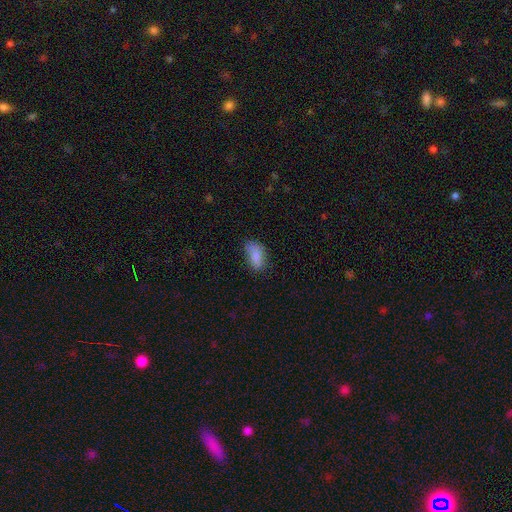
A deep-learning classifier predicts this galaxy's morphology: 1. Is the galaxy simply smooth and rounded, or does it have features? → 84% smooth, 8% star or artifact, 8% featured or disk.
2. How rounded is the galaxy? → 91% in between, 4% round, 4% cigar-shaped.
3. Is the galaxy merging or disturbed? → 63% none, 28% minor disturbance, 7% major disturbance, 2% merger.